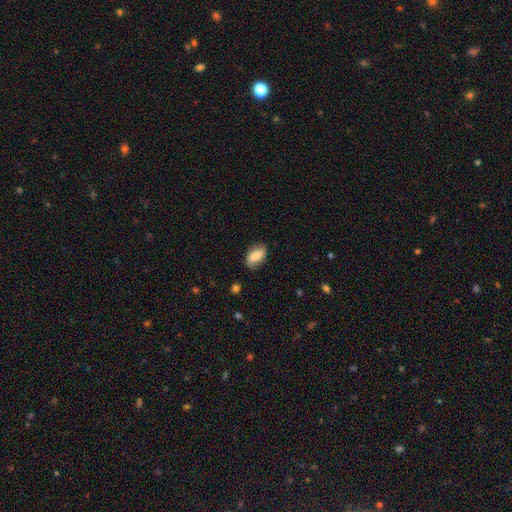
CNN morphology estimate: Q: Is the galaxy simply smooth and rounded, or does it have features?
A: smooth — 77%.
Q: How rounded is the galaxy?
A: in between — 91%.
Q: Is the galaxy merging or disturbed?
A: none — 80%.